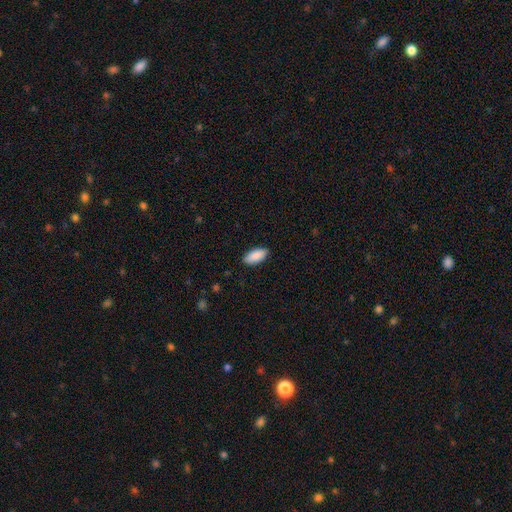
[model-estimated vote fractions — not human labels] A smooth galaxy with no disk features (90%) that is in between round and cigar-shaped (90%). Merging: none (89%).